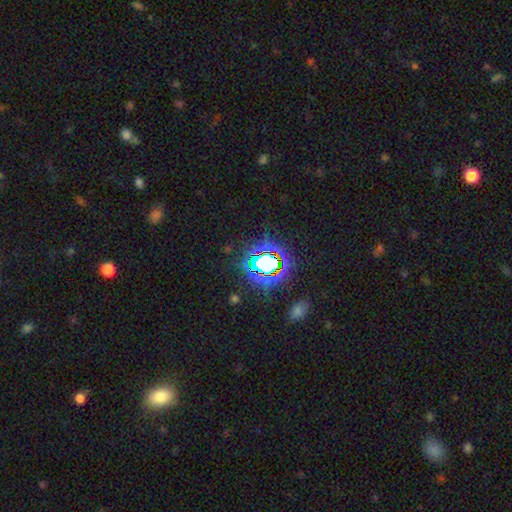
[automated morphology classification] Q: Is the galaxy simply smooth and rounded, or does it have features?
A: star or artifact — 75%.